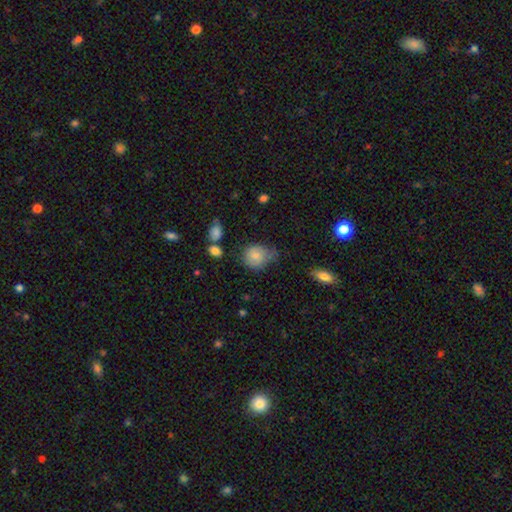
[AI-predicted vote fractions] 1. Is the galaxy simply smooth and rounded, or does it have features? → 78% smooth, 13% featured or disk, 9% star or artifact.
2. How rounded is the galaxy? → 68% round, 31% in between, 1% cigar-shaped.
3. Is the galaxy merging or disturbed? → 45% none, 37% minor disturbance, 14% major disturbance, 4% merger.